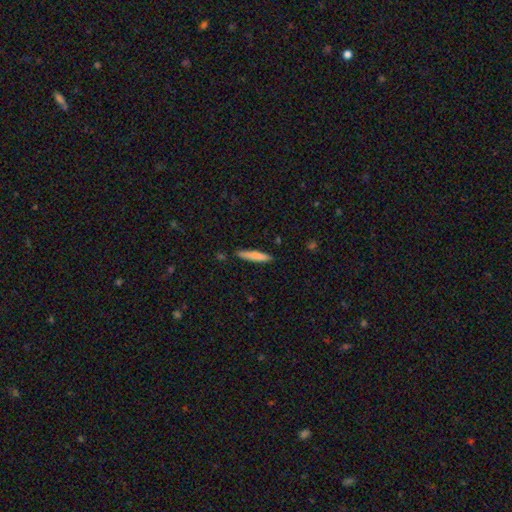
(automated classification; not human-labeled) Smooth or featured?
  - smooth: 77% *
  - featured or disk: 17%
  - star or artifact: 6%
How rounded?
  - cigar-shaped: 90% *
  - in between: 9%
  - round: 1%
Merging?
  - none: 86% *
  - minor disturbance: 10%
  - major disturbance: 2%
  - merger: 2%